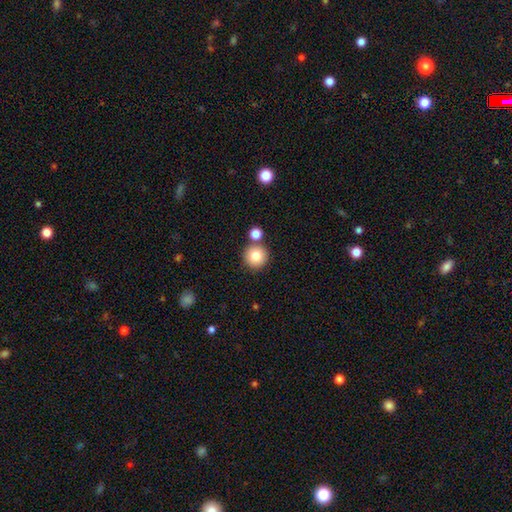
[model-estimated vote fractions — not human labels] Smooth or featured?
  - smooth: 82% *
  - star or artifact: 10%
  - featured or disk: 8%
How rounded?
  - round: 95% *
  - in between: 4%
  - cigar-shaped: 1%
Merging?
  - none: 75% *
  - merger: 16%
  - minor disturbance: 8%
  - major disturbance: 2%